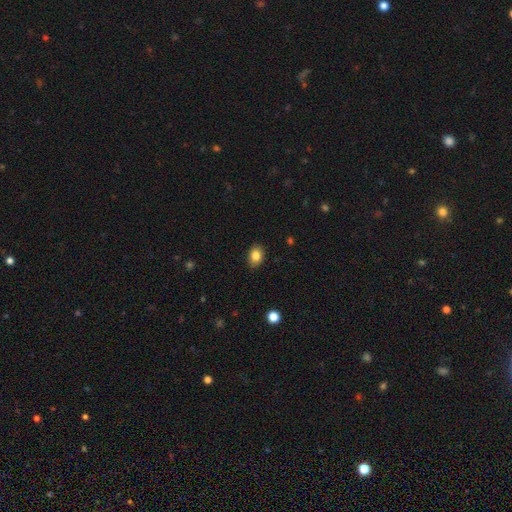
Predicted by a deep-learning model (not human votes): The model was most divided on "how rounded": in between: 69%, round: 30%, cigar-shaped: 1%. More confident: merging — none (87%); smooth or featured — smooth (84%).